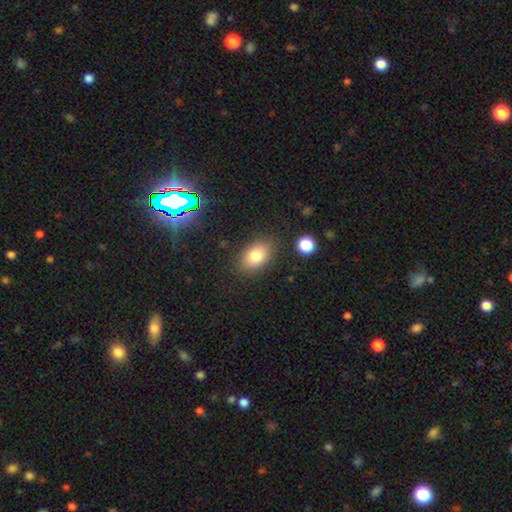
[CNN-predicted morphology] Overall: smooth (80%). How rounded: in between (84%). Merging: none (84%).